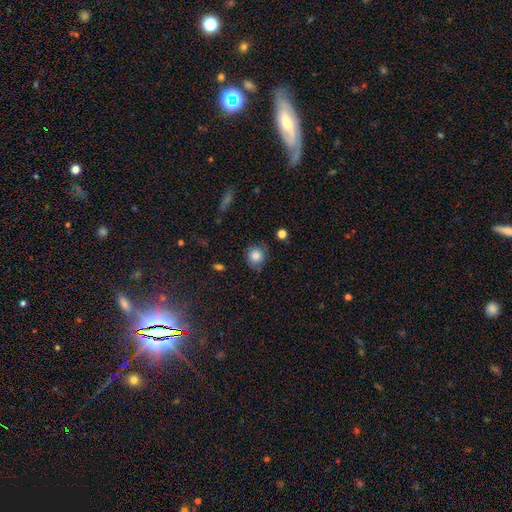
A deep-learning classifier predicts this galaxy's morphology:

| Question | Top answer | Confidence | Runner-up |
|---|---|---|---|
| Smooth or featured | smooth | 83% | star or artifact (10%) |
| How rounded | round | 85% | in between (14%) |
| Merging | none | 76% | minor disturbance (18%) |